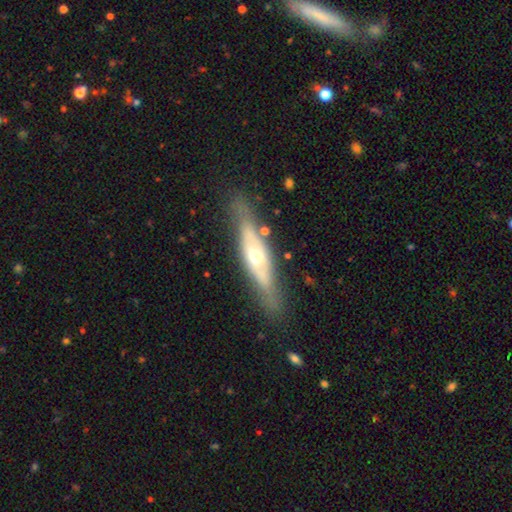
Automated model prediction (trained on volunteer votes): Morphology: type=featured or disk (63%); edge-on=yes (58%); merging=none (73%).